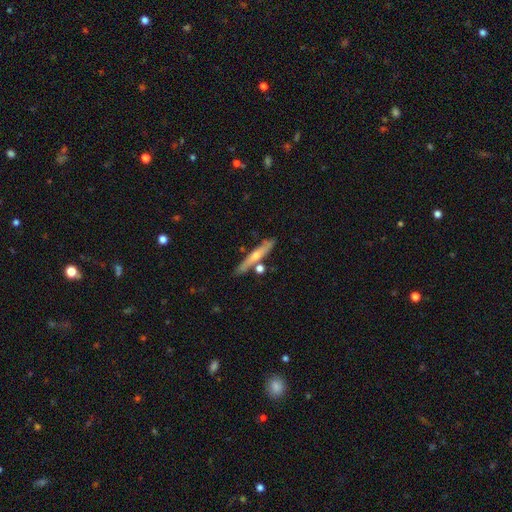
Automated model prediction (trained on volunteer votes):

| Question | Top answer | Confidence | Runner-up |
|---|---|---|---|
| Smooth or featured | featured or disk | 53% | smooth (41%) |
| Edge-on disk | yes | 88% | no (12%) |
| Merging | none | 77% | minor disturbance (13%) |